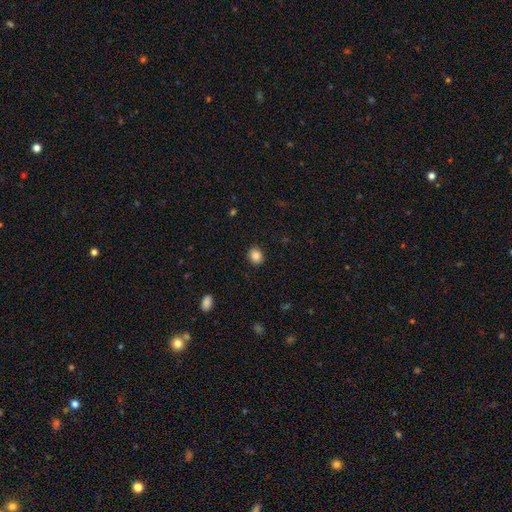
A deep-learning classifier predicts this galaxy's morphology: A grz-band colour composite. It shows a smooth galaxy with no disk features (86%) that is round (71%). Merging: none (91%).